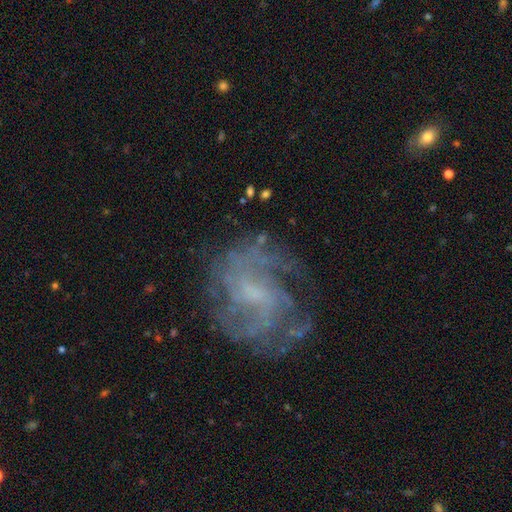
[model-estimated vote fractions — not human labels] Q: Smooth or featured?
A: featured or disk (81%); runner-up: smooth (10%)
Q: Edge-on disk?
A: no (98%); runner-up: yes (2%)
Q: Bar?
A: weak (50%); runner-up: no (40%)
Q: Spiral arms?
A: yes (89%); runner-up: no (11%)
Q: Spiral winding?
A: medium (45%); runner-up: tight (36%)
Q: Spiral arm count?
A: can't tell (35%); runner-up: 2 (29%)
Q: Bulge size?
A: small (42%); runner-up: none (31%)
Q: Merging?
A: none (66%); runner-up: minor disturbance (17%)